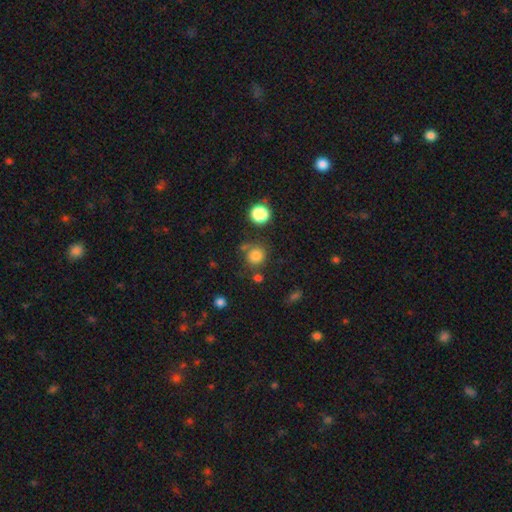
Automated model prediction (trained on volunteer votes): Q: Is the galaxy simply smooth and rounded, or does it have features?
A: smooth — 80%.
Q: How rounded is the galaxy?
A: round — 91%.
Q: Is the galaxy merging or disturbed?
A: none — 73%.